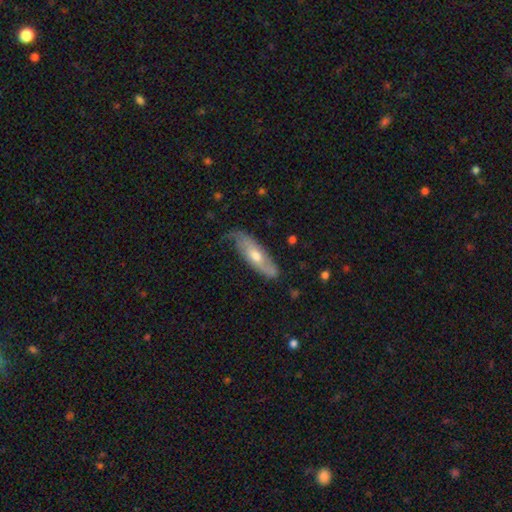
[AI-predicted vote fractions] Smooth or featured? featured or disk (55%)
Edge-on disk? no (67%)
Merging? none (56%)